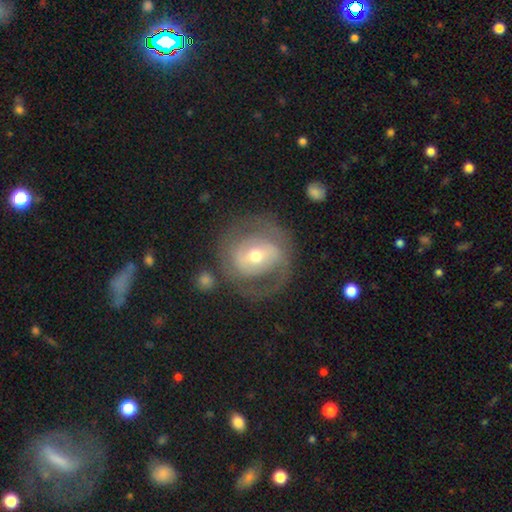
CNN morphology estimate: The model was most divided on "bar": weak: 38%, no: 34%, strong: 28%. More confident: edge-on disk — no (96%); smooth or featured — featured or disk (69%); merging — none (69%); bulge size — moderate (63%); spiral arms — yes (63%).